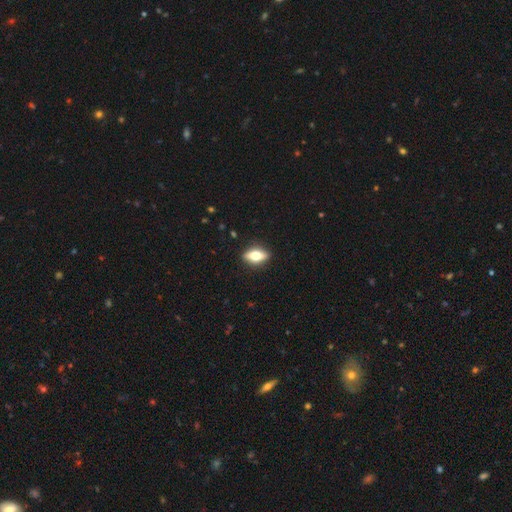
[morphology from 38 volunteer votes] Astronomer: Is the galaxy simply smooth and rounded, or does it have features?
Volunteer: smooth — 61%.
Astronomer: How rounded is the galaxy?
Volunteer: in between — 87%.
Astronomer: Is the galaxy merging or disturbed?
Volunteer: none — 85%.